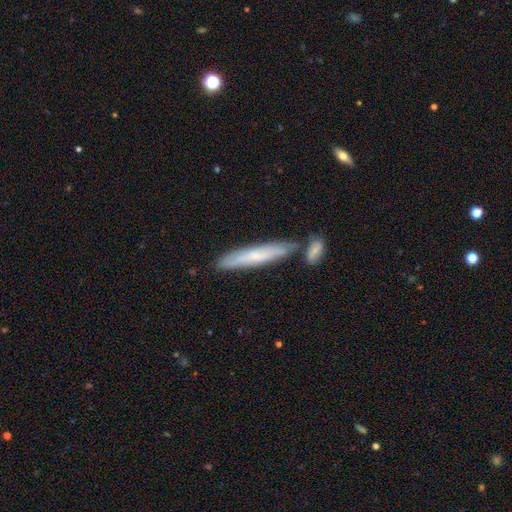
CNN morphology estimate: smooth-or-featured: smooth: 60% | featured or disk: 34% | star or artifact: 6%
  how-rounded: cigar-shaped: 91% | in between: 7% | round: 1%
  merging: none: 67% | merger: 17% | minor disturbance: 12% | major disturbance: 3%